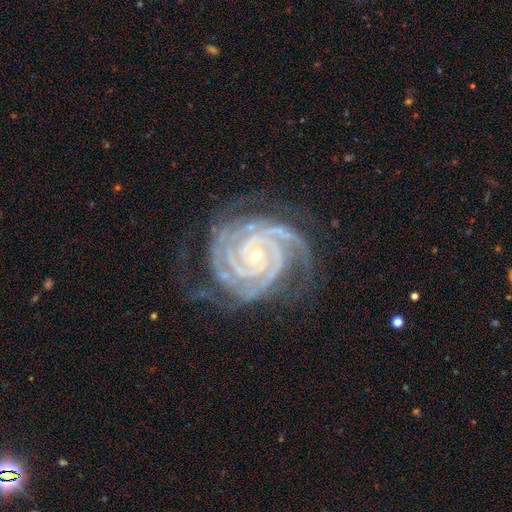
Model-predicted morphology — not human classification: smooth_or_featured: featured or disk (p=0.94) [alt: star or artifact p=0.04]
disk_edge_on: no (p=0.98) [alt: yes p=0.02]
bar: no (p=0.66) [alt: weak p=0.21]
has_spiral_arms: yes (p=0.99) [alt: no p=0.01]
spiral_winding: tight (p=0.86) [alt: medium p=0.13]
spiral_arm_count: 3 (p=0.30) [alt: 2 p=0.28]
bulge_size: small (p=0.77) [alt: moderate p=0.20]
merging: none (p=0.71) [alt: minor disturbance p=0.19]